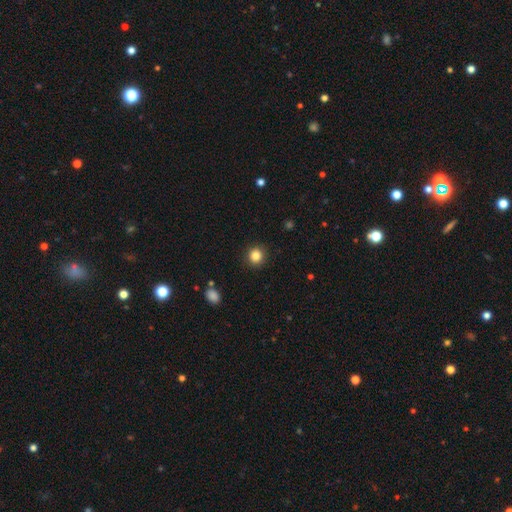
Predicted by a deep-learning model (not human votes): Smooth or featured? Predicted: smooth (p=0.84). How rounded? Predicted: round (p=0.91). Merging? Predicted: none (p=0.91).